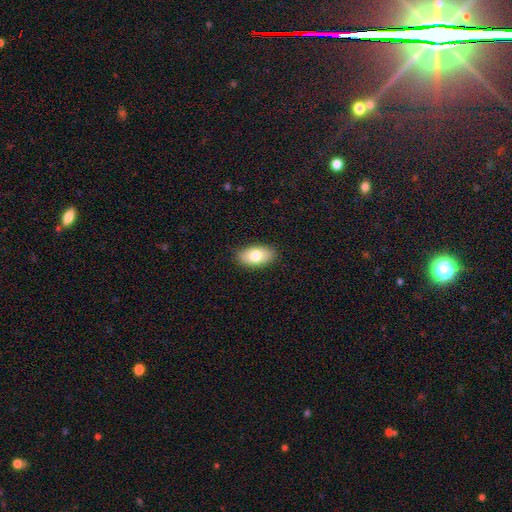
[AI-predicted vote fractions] Smooth or featured: smooth — 77% (featured or disk — 16%)
How rounded: in between — 93% (round — 5%)
Merging: none — 88% (minor disturbance — 9%)